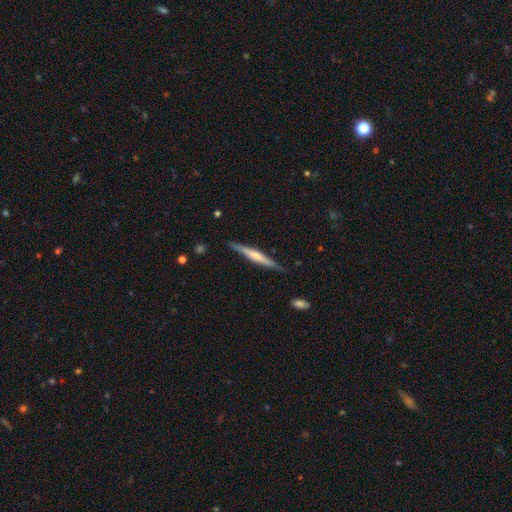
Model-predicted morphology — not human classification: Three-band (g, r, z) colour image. It shows a featured or disk galaxy (56%) viewed edge-on (97%) with a rounded central bulge (46%). Merging: none (86%).